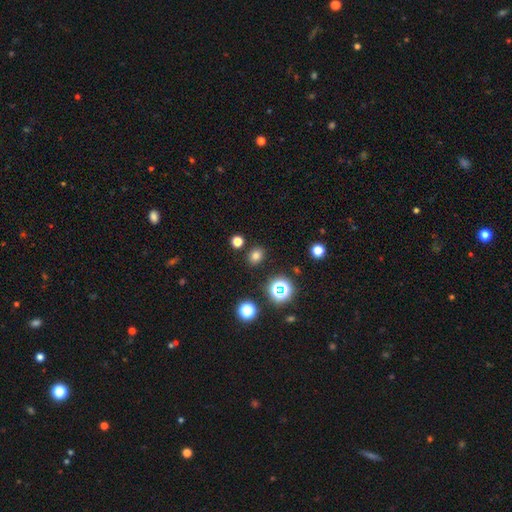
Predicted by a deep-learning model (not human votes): The model was most divided on "how rounded": round: 56%, in between: 43%, cigar-shaped: 1%. More confident: merging — none (85%); smooth or featured — smooth (75%).